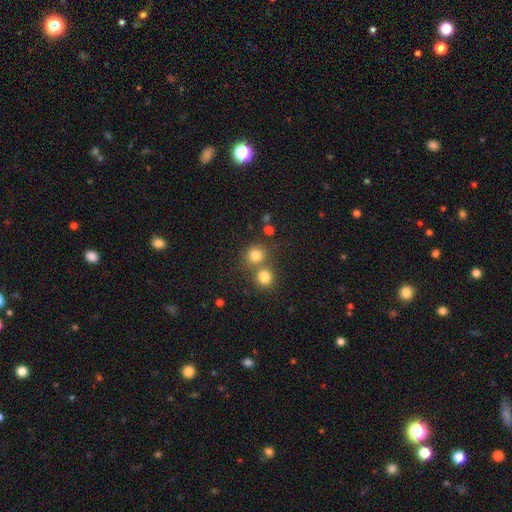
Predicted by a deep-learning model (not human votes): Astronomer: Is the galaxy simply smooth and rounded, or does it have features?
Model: smooth — 79%.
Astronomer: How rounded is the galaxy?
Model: round — 88%.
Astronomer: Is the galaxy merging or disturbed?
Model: none — 56% (runner-up: merger, 34%).